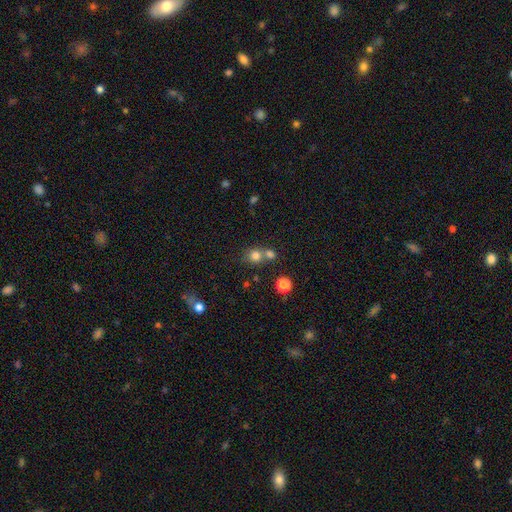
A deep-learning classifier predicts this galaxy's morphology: This is likely a smooth galaxy (77%). How rounded: clearly round (81%). Merging: possibly none (48%).